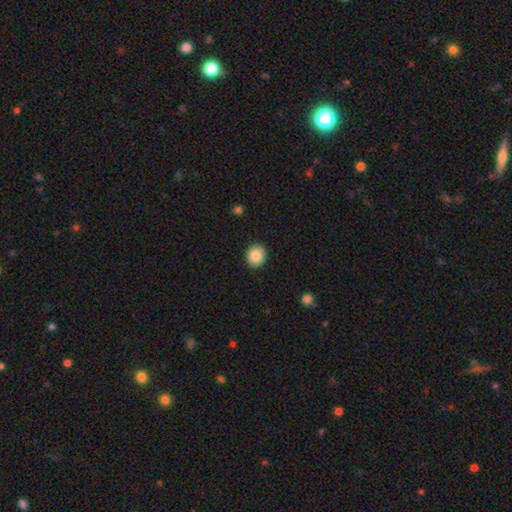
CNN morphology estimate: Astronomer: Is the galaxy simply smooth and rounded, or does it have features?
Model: smooth — 85%.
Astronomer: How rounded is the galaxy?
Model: round — 79%.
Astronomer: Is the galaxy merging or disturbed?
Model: none — 91%.